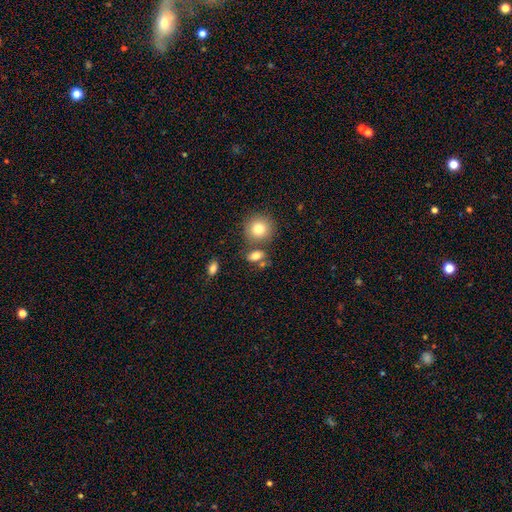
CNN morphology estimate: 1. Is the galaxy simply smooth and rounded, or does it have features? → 80% smooth, 10% star or artifact, 10% featured or disk.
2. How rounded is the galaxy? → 67% in between, 28% round, 5% cigar-shaped.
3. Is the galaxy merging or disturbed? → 63% none, 19% merger, 13% minor disturbance, 5% major disturbance.